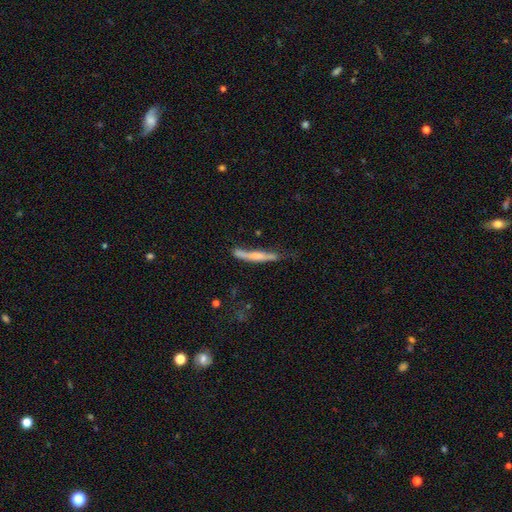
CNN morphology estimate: smooth 49%, featured or disk 44%, star or artifact 7%. Down the decision tree: merging — none (54%).